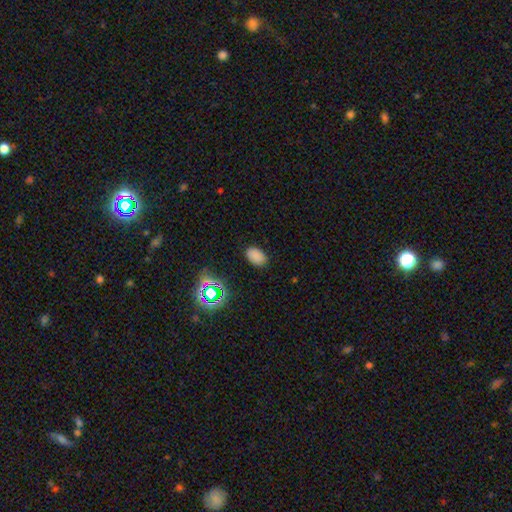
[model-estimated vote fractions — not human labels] Smooth or featured: smooth — 79% (star or artifact — 17%)
How rounded: in between — 89% (round — 10%)
Merging: none — 85% (minor disturbance — 11%)